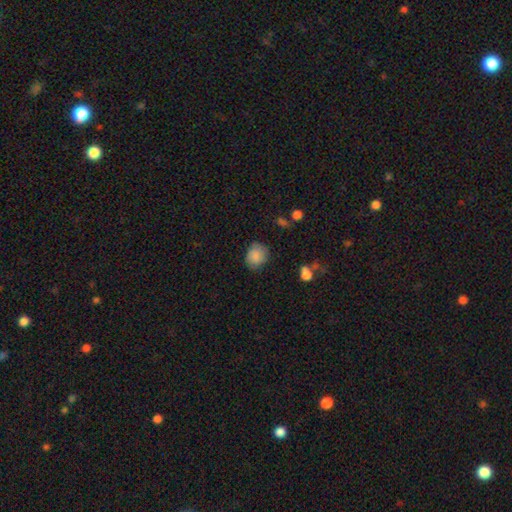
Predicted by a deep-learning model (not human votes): Q: Smooth or featured?
A: smooth (84%); runner-up: star or artifact (8%)
Q: How rounded?
A: round (63%); runner-up: in between (36%)
Q: Merging?
A: none (73%); runner-up: minor disturbance (20%)